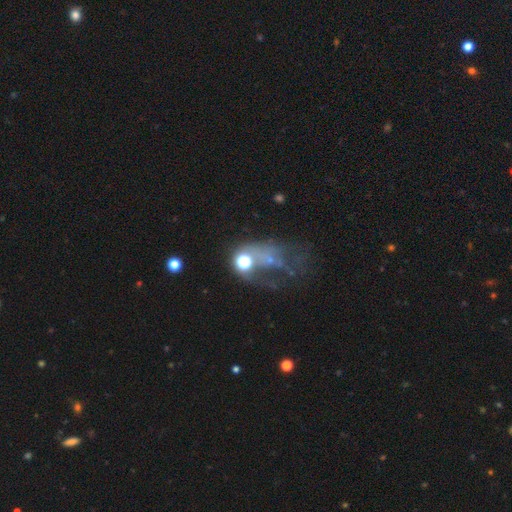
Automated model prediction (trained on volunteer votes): Q: Smooth or featured?
A: featured or disk (44%); runner-up: star or artifact (32%)
Q: Merging?
A: major disturbance (44%); runner-up: none (25%)